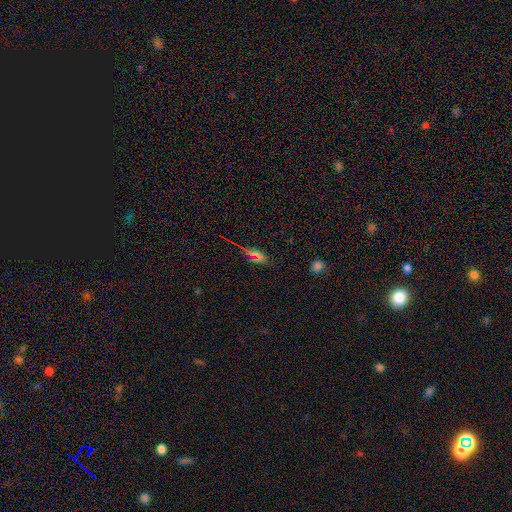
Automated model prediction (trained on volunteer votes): smooth_or_featured: smooth (p=0.53) [alt: star or artifact p=0.34]
how_rounded: in between (p=0.72) [alt: cigar-shaped p=0.19]
merging: none (p=0.70) [alt: minor disturbance p=0.18]